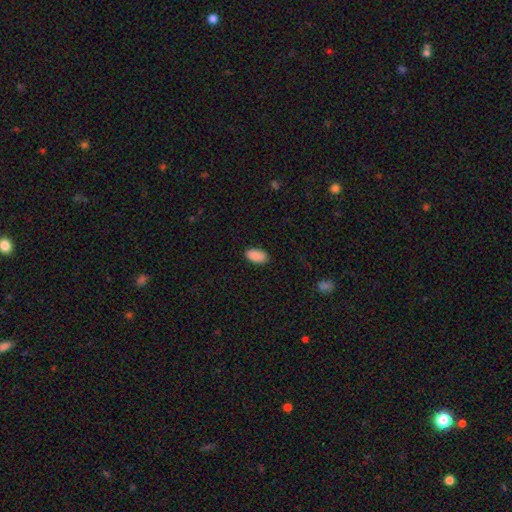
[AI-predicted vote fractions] Morphology: type=smooth (90%); roundness=in between (94%); merging=none (87%).